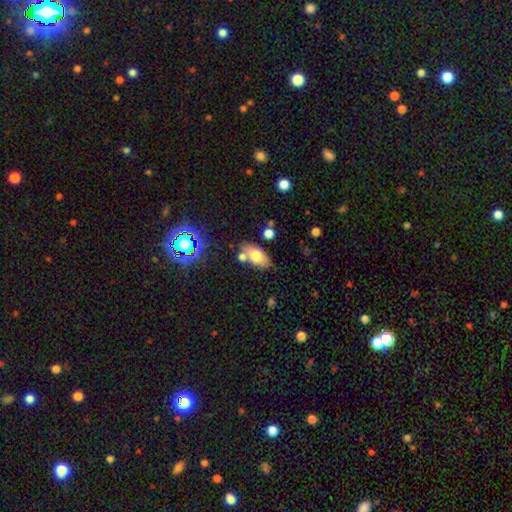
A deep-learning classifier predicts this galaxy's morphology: Q: Smooth or featured?
A: smooth (70%); runner-up: featured or disk (19%)
Q: How rounded?
A: in between (90%); runner-up: round (7%)
Q: Merging?
A: none (64%); runner-up: merger (17%)